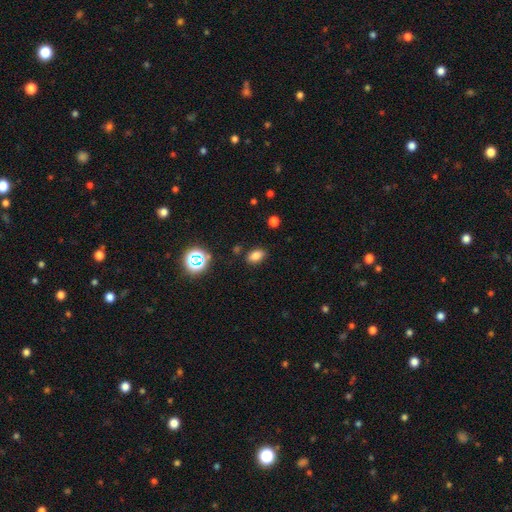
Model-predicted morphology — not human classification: This is likely a smooth galaxy (79%). How rounded: clearly in between (84%). Merging: clearly none (84%).